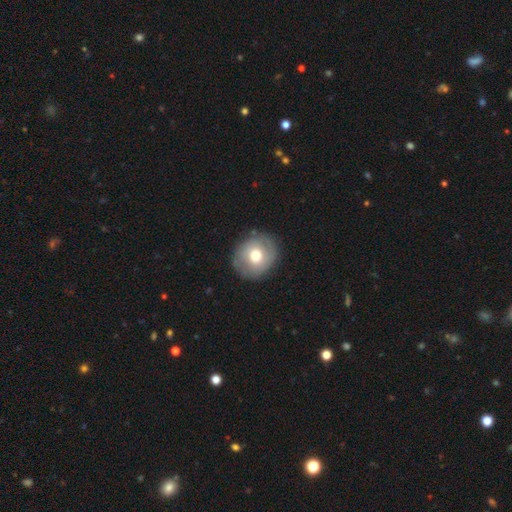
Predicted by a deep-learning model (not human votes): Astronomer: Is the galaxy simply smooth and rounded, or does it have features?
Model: smooth — 63%.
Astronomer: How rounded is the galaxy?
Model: round — 80%.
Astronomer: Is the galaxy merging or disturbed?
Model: none — 83%.